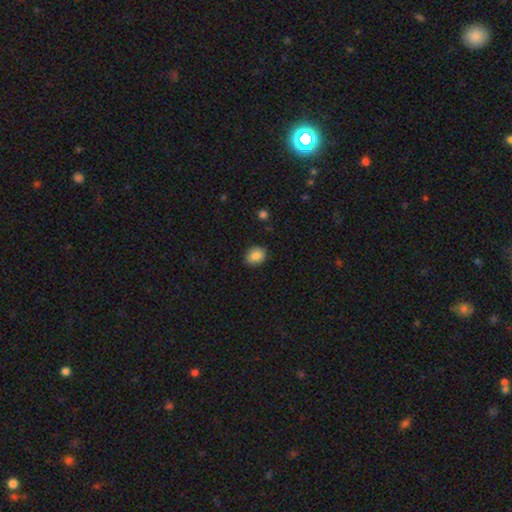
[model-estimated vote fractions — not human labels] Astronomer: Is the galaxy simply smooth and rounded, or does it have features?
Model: smooth — 87%.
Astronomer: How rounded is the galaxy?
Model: in between — 60% (runner-up: round, 39%).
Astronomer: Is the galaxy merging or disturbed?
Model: none — 88%.